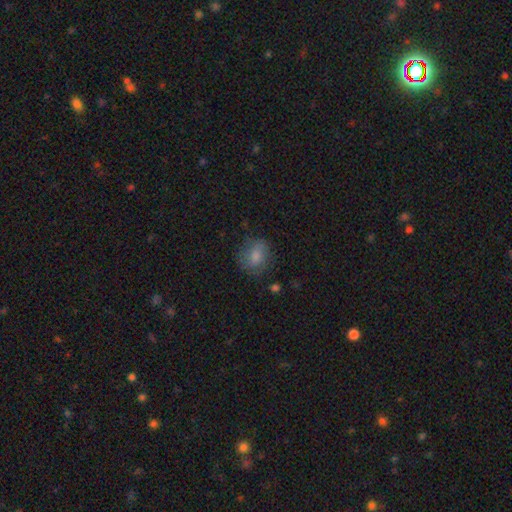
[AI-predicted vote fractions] Morphology: type=smooth (74%); roundness=round (57%); merging=none (68%).